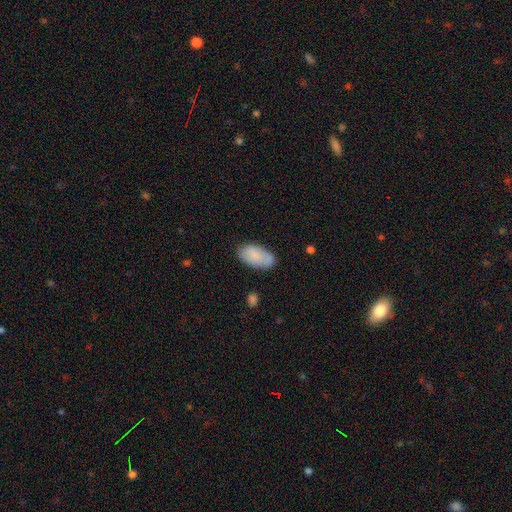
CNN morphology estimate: smooth 81%, featured or disk 12%, star or artifact 7%. Down the decision tree: how rounded — in between (95%); merging — none (70%).